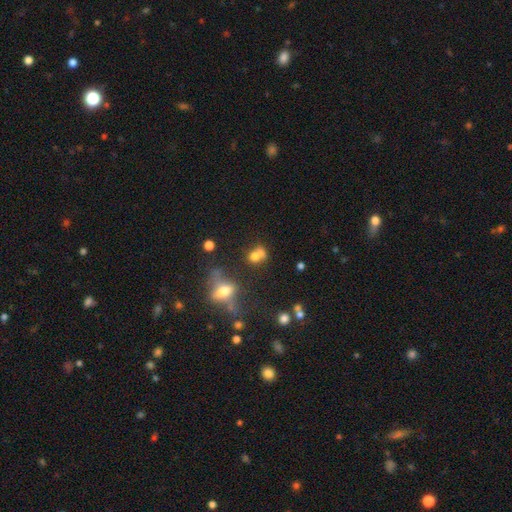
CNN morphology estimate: A smooth galaxy with no disk features (68%) that is round (61%). Merging: merger (49%).